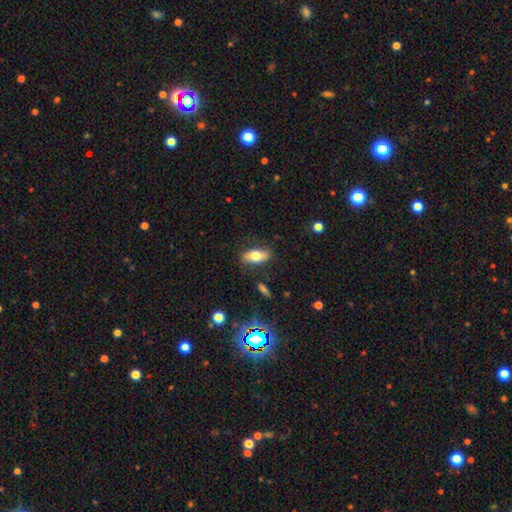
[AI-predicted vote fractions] A smooth galaxy with no disk features (69%) that is in between round and cigar-shaped (83%). Merging: none (81%).